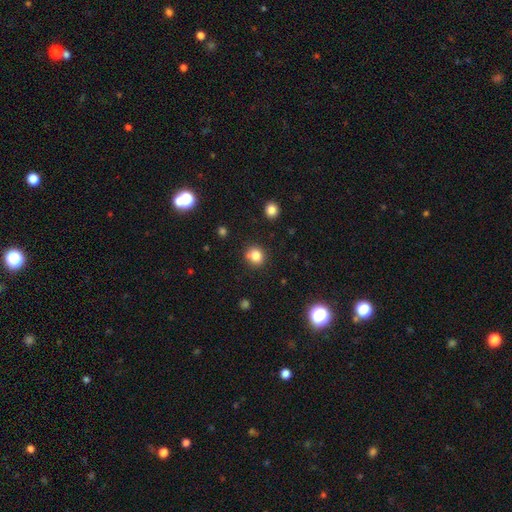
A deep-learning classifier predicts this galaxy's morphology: This is clearly a smooth galaxy (81%). How rounded: likely round (79%). Merging: likely none (74%).